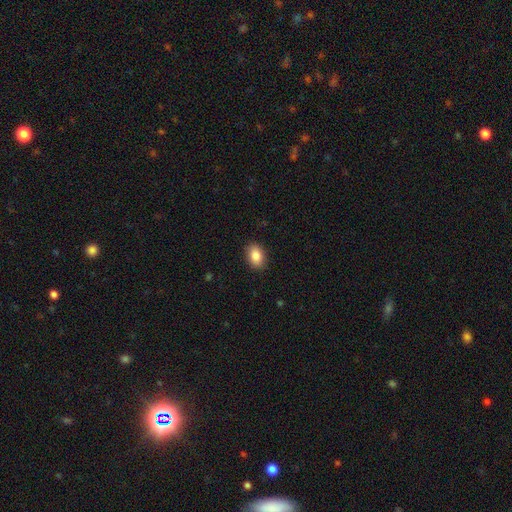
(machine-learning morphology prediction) smooth_or_featured: smooth (p=0.86) [alt: star or artifact p=0.08]
how_rounded: in between (p=0.84) [alt: round p=0.15]
merging: none (p=0.89) [alt: minor disturbance p=0.08]